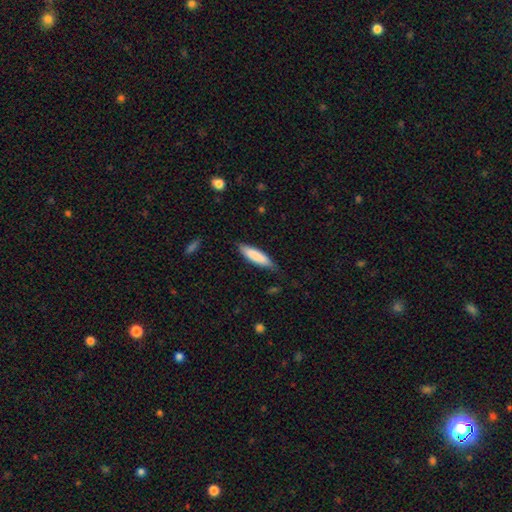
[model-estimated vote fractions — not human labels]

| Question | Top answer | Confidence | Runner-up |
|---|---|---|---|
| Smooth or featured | smooth | 83% | featured or disk (12%) |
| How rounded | cigar-shaped | 65% | in between (33%) |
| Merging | none | 75% | minor disturbance (21%) |